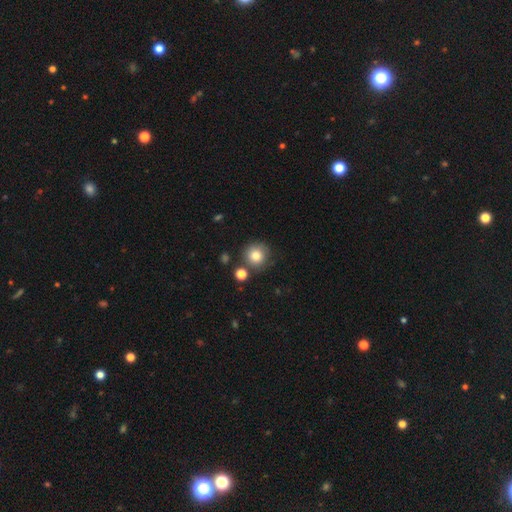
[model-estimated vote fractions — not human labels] The model was most divided on "merging": none: 76%, minor disturbance: 12%, merger: 8%, major disturbance: 4%. More confident: how rounded — round (93%); smooth or featured — smooth (80%).